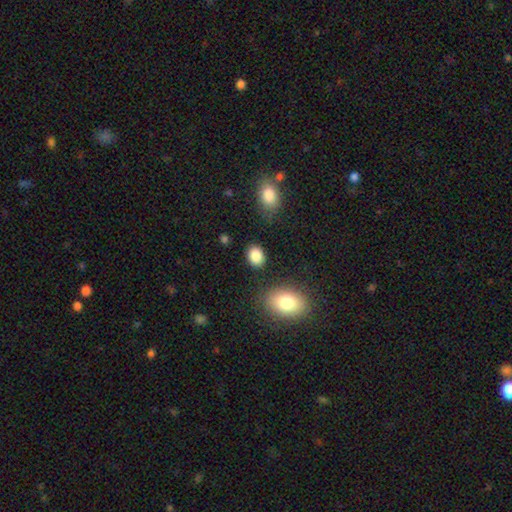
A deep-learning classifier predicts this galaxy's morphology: Smooth or featured?
  - smooth: 87% *
  - star or artifact: 9%
  - featured or disk: 4%
How rounded?
  - in between: 61% *
  - round: 38%
  - cigar-shaped: 1%
Merging?
  - none: 84% *
  - minor disturbance: 10%
  - merger: 3%
  - major disturbance: 3%